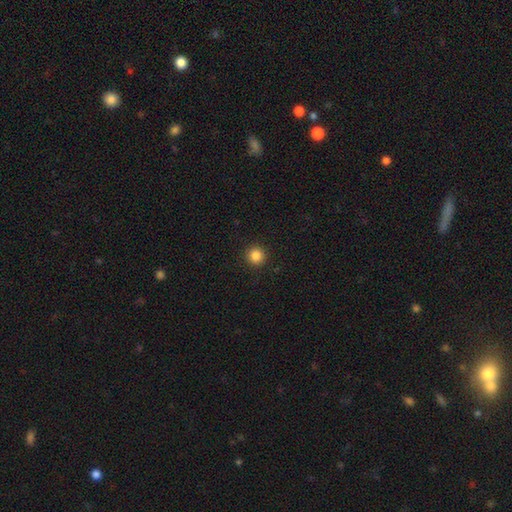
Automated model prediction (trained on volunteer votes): smooth-or-featured: smooth: 85% | star or artifact: 11% | featured or disk: 4%
  how-rounded: round: 95% | in between: 4% | cigar-shaped: 1%
  merging: none: 92% | minor disturbance: 5% | major disturbance: 2% | merger: 1%